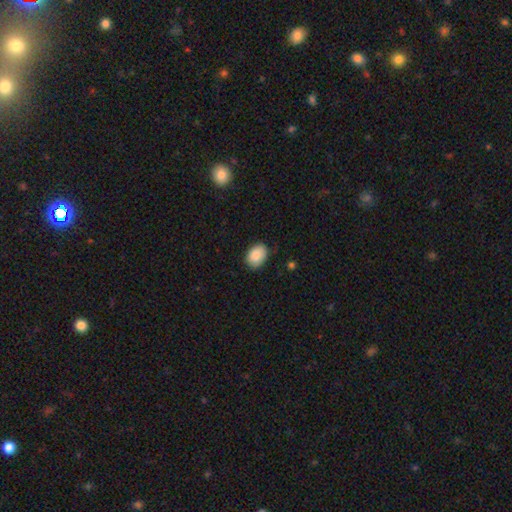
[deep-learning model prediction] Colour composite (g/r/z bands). It shows a smooth galaxy with no disk features (87%) that is in between round and cigar-shaped (79%). Merging: none (82%).